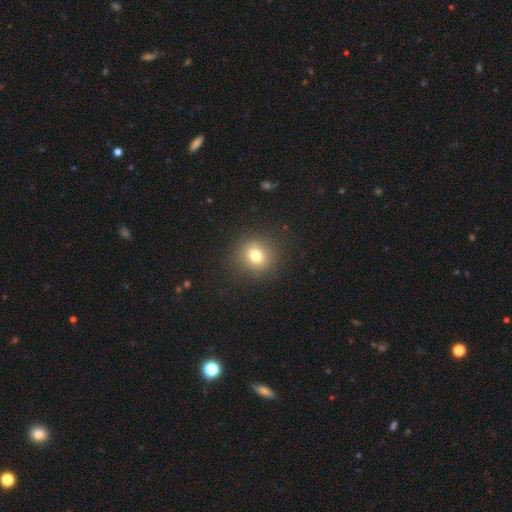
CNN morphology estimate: Smooth or featured? smooth (77%)
How rounded? round (86%)
Merging? none (88%)